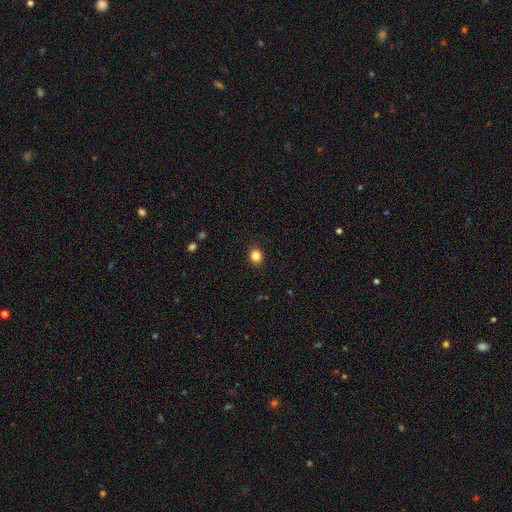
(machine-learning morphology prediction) Smooth or featured? smooth (85%)
How rounded? round (73%)
Merging? none (91%)